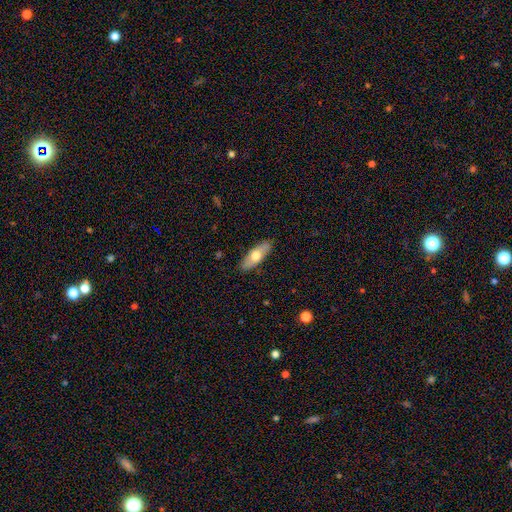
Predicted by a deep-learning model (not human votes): smooth_or_featured: smooth (p=0.62) [alt: featured or disk p=0.33]
how_rounded: in between (p=0.68) [alt: cigar-shaped p=0.30]
merging: none (p=0.88) [alt: minor disturbance p=0.09]